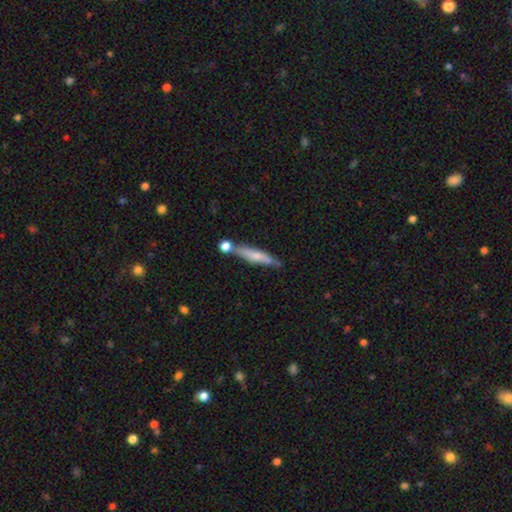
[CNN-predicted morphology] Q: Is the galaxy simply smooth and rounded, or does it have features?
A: smooth — 57%.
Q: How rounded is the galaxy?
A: cigar-shaped — 87%.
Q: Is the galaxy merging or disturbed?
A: none — 62%.